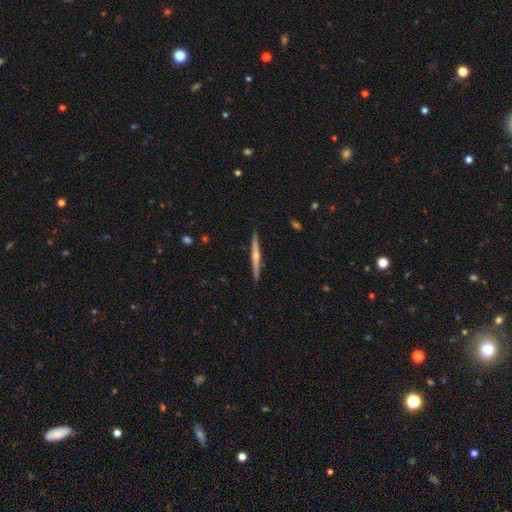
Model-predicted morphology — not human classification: The model was most divided on "smooth or featured": featured or disk: 77%, smooth: 17%, star or artifact: 6%. More confident: edge-on disk — yes (98%); merging — none (91%); edge-on bulge — rounded (84%).